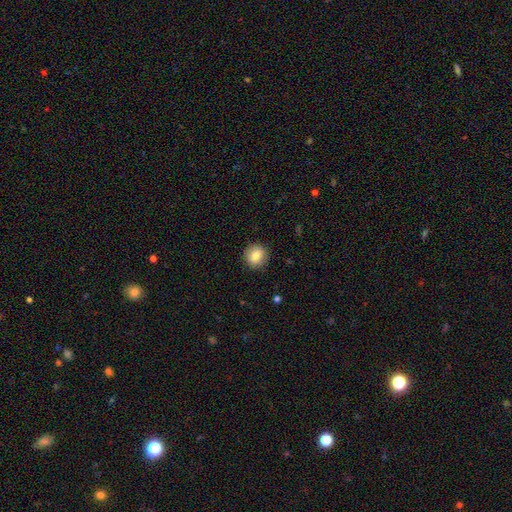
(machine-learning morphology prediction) Smooth or featured? Predicted: smooth (p=0.83). How rounded? Predicted: round (p=0.89). Merging? Predicted: none (p=0.90).